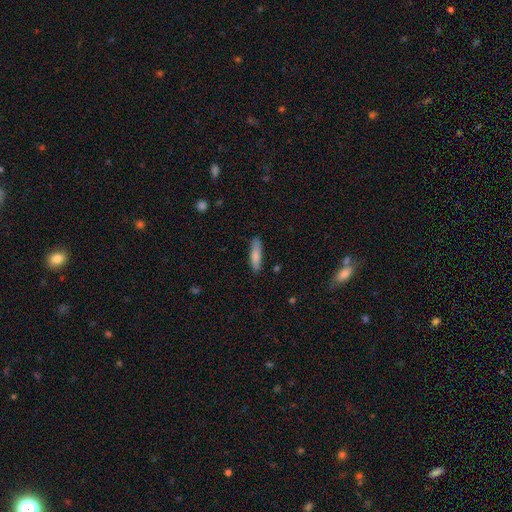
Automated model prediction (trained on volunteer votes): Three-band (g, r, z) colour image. It shows a smooth galaxy with no disk features (82%) that is cigar-shaped (70%). Merging: none (84%).